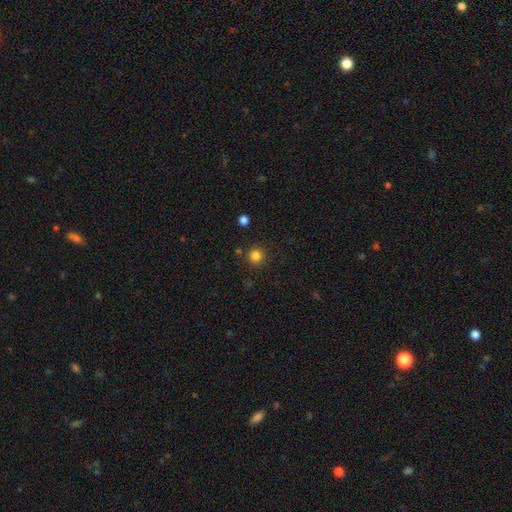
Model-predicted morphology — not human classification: Smooth or featured: smooth — 82% (star or artifact — 14%)
How rounded: round — 95% (in between — 4%)
Merging: none — 89% (minor disturbance — 6%)